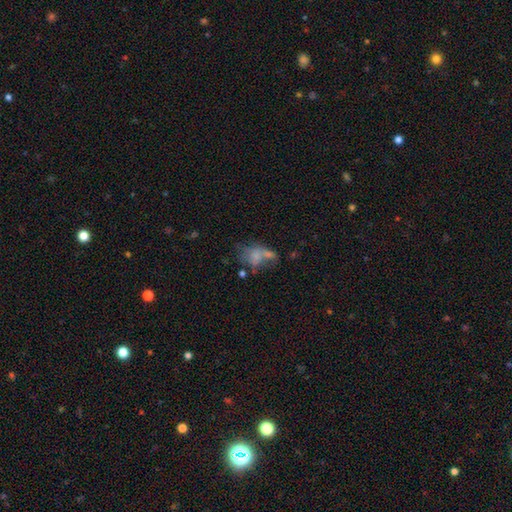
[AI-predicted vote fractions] Q: Smooth or featured?
A: smooth (57%); runner-up: featured or disk (30%)
Q: How rounded?
A: in between (77%); runner-up: round (21%)
Q: Merging?
A: merger (36%); runner-up: major disturbance (25%)